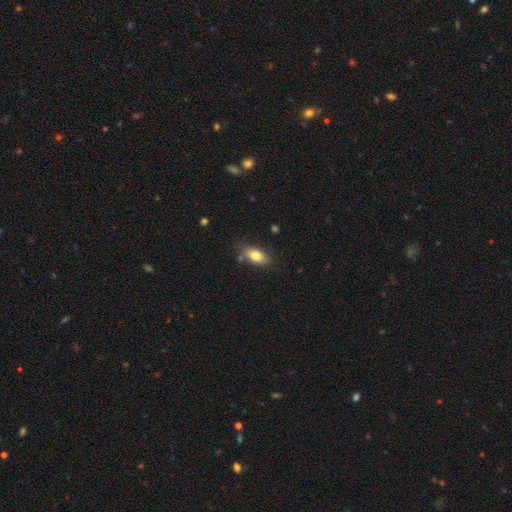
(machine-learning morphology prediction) This is likely a smooth galaxy (80%). How rounded: clearly in between (88%). Merging: likely none (78%).